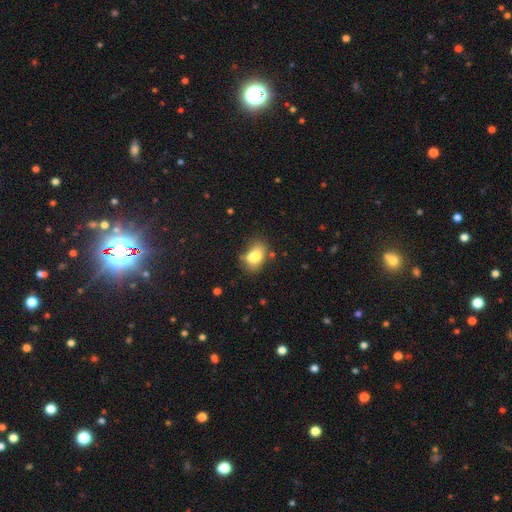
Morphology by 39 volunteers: smooth 85%, featured or disk 10%, star or artifact 5%. Down the decision tree: how rounded — in between (79%); merging — none (62%).